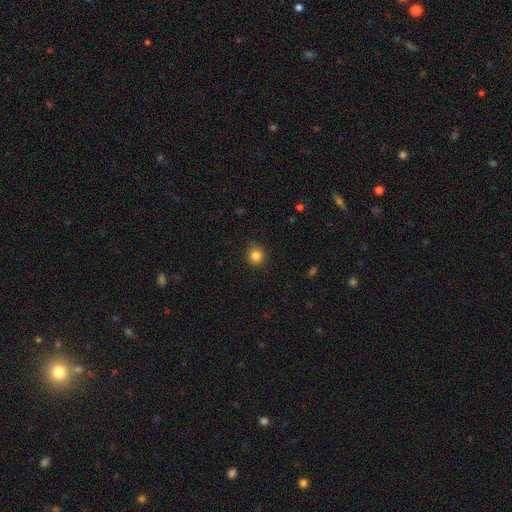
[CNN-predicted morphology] Smooth or featured? smooth (84%)
How rounded? round (87%)
Merging? none (86%)